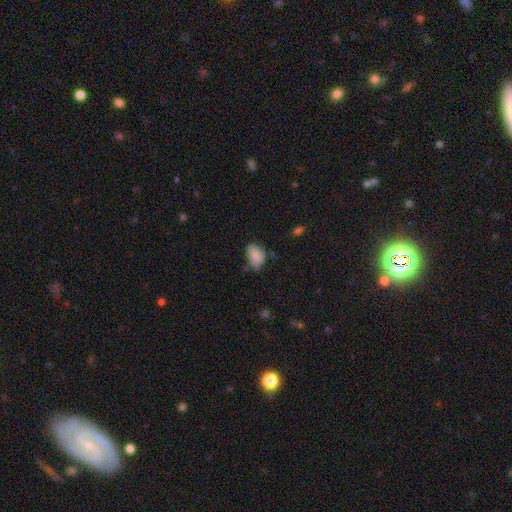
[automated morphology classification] type=smooth (75%); roundness=in between (80%); merging=none (45%).